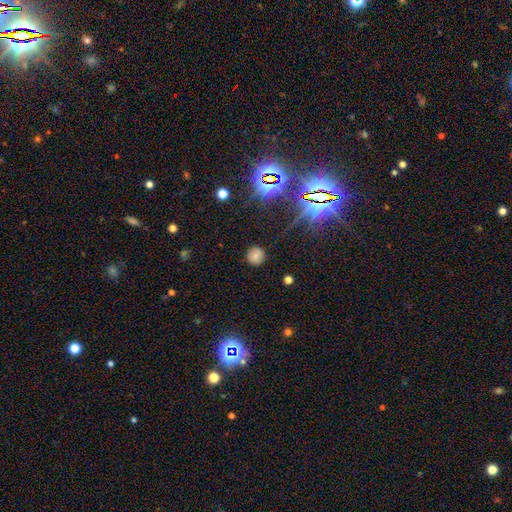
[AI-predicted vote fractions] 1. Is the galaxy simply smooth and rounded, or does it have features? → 70% smooth, 18% star or artifact, 12% featured or disk.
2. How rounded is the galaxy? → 90% round, 9% in between, 1% cigar-shaped.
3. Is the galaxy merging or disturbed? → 86% none, 10% minor disturbance, 3% major disturbance, 2% merger.